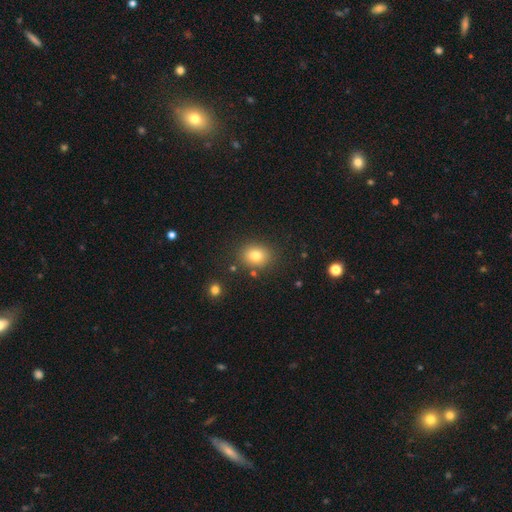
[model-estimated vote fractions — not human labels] The model was most divided on "how rounded": round: 55%, in between: 44%, cigar-shaped: 1%. More confident: merging — none (84%); smooth or featured — smooth (79%).